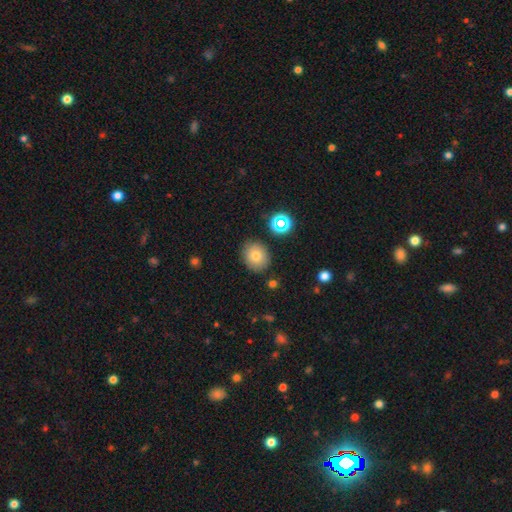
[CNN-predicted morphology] Q: Smooth or featured?
A: smooth (75%); runner-up: star or artifact (14%)
Q: How rounded?
A: round (68%); runner-up: in between (31%)
Q: Merging?
A: none (85%); runner-up: minor disturbance (10%)